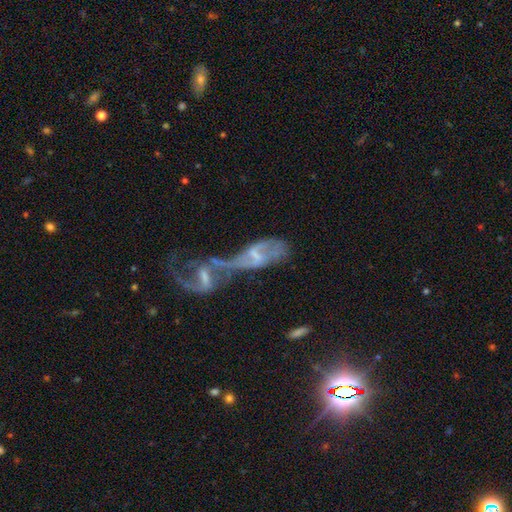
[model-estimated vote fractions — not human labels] Overall: featured or disk (70%). Edge-on disk: no (90%). Bar: weak (42%; no 33%). Spiral arms: yes (66%; no 34%). Bulge size: small (40%; none 34%). Merging: merger (74%).